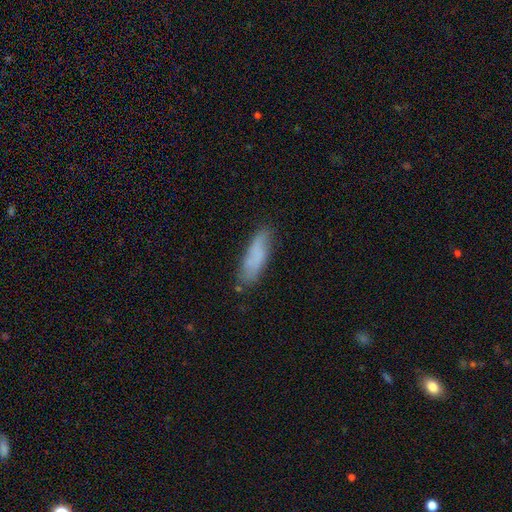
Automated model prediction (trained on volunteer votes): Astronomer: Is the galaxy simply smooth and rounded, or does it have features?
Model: smooth — 73%.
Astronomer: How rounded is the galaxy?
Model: cigar-shaped — 57% (runner-up: in between, 41%).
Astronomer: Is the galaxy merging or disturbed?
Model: none — 73%.